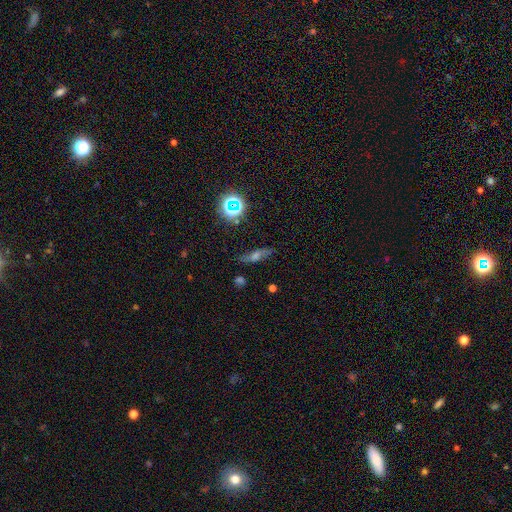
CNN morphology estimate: type=featured or disk (42%); merging=none (79%).